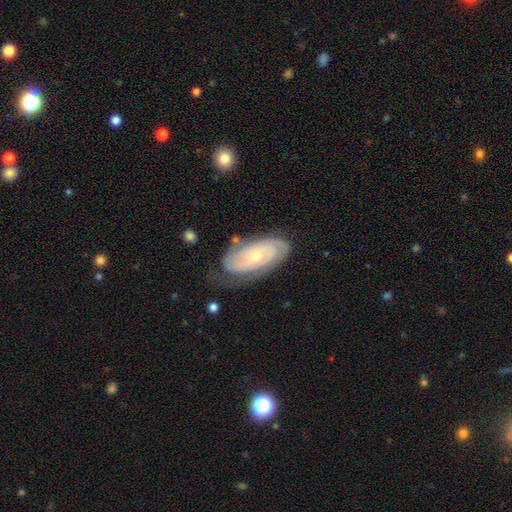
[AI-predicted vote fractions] The model was most divided on "spiral arm count": 2: 50%, can't tell: 26%, 3: 12%, 4: 5%, 1: 4%, more than 4: 3%. More confident: edge-on disk — no (95%); spiral arms — yes (95%); smooth or featured — featured or disk (83%); bar — no (78%); spiral winding — tight (77%); merging — none (72%); bulge size — small (67%).